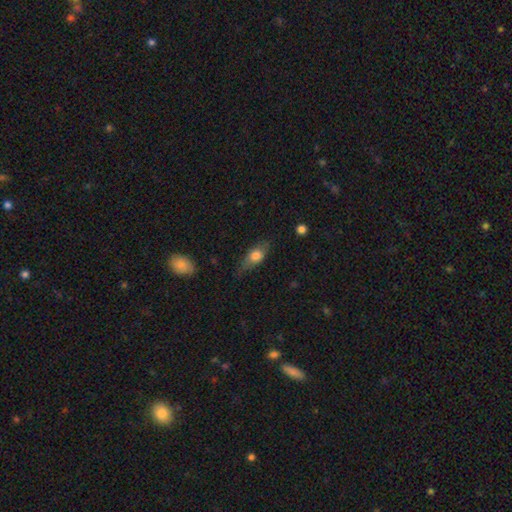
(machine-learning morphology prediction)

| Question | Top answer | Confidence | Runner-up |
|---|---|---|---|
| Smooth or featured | smooth | 64% | featured or disk (28%) |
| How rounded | in between | 69% | cigar-shaped (22%) |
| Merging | none | 65% | minor disturbance (25%) |